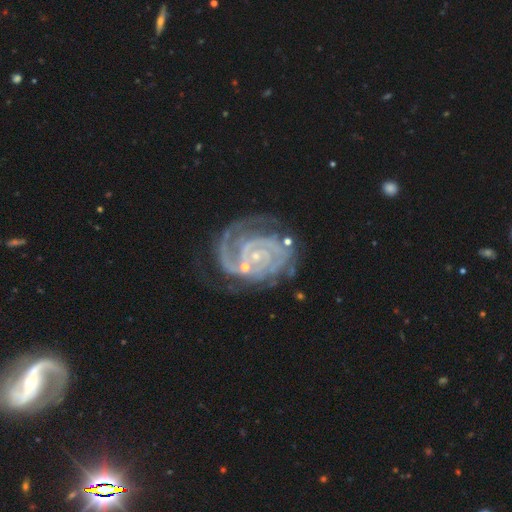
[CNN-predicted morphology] This is clearly a featured or disk galaxy (91%). It is clearly not viewed edge-on (98%). Bar: possibly no (57%). Spiral arm pattern: clearly yes (98%). Spiral arm count: marginally 2 (43%). Spiral winding: likely tight (75%). Central bulge: clearly small (83%). Merging: likely none (62%).